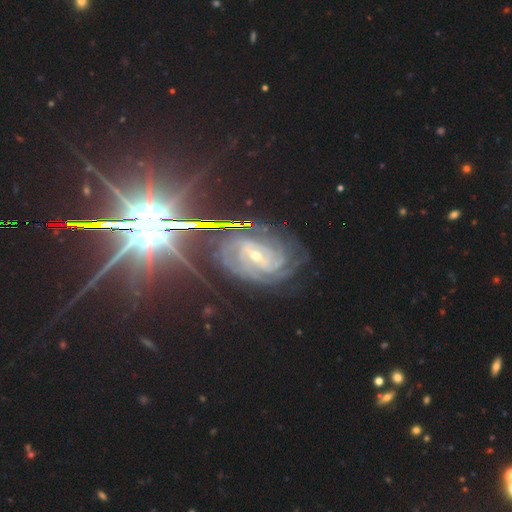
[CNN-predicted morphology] featured or disk 81%, star or artifact 14%, smooth 5%. Down the decision tree: edge-on disk — no (96%); bar — weak (40%); spiral arms — yes (97%); spiral arm count — can't tell (25%); spiral winding — tight (72%); bulge size — small (59%); merging — none (74%).